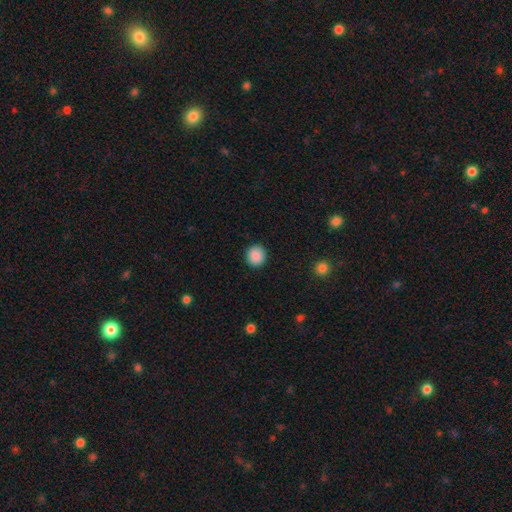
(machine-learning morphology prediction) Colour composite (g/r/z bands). It shows a smooth galaxy with no disk features (89%) that is round (89%). Merging: none (91%).